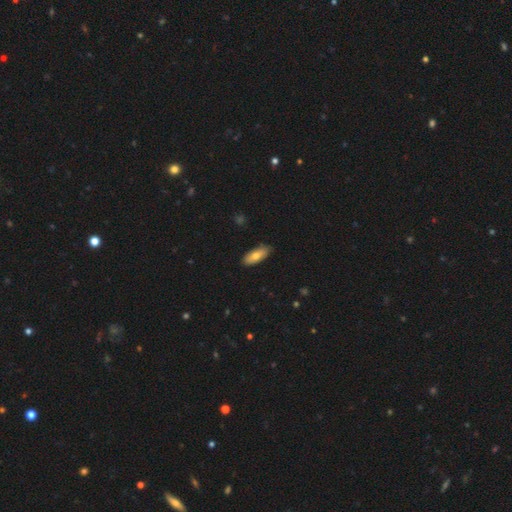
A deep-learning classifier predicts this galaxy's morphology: This appears to be a smooth galaxy with no disk features (72%) that is in between round and cigar-shaped (79%). Merging: none (85%).